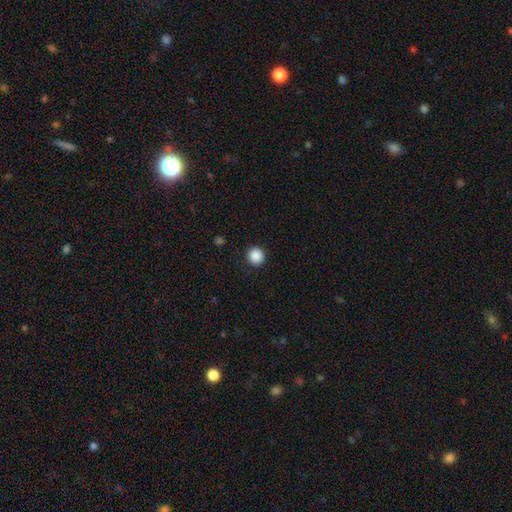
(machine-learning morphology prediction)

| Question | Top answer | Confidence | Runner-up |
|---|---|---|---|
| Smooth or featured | smooth | 88% | star or artifact (9%) |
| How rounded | round | 93% | in between (6%) |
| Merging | none | 91% | minor disturbance (6%) |